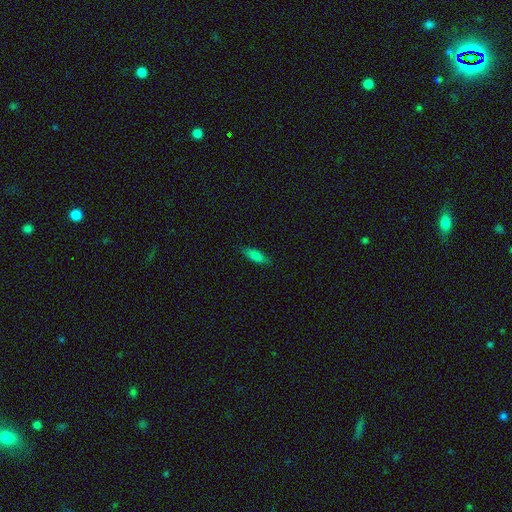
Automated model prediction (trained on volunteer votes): smooth_or_featured: smooth (p=0.82) [alt: featured or disk p=0.09]
how_rounded: in between (p=0.64) [alt: cigar-shaped p=0.34]
merging: none (p=0.83) [alt: minor disturbance p=0.14]